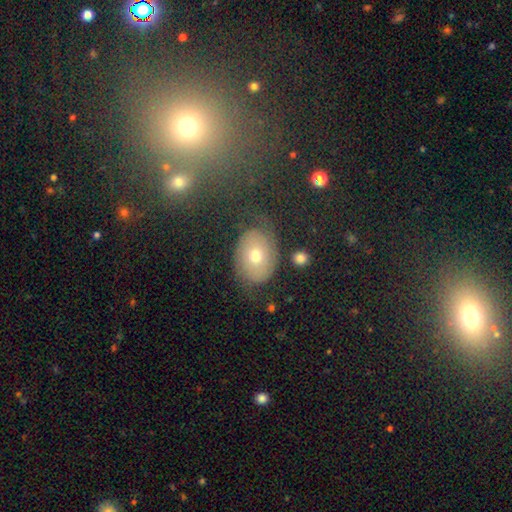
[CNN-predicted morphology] A smooth galaxy with no disk features (45%).

Vote fractions:
- Smooth or featured? smooth: 45% / featured or disk: 41% / star or artifact: 14%
- Merging? none: 74% / minor disturbance: 16% / major disturbance: 7% / merger: 3%